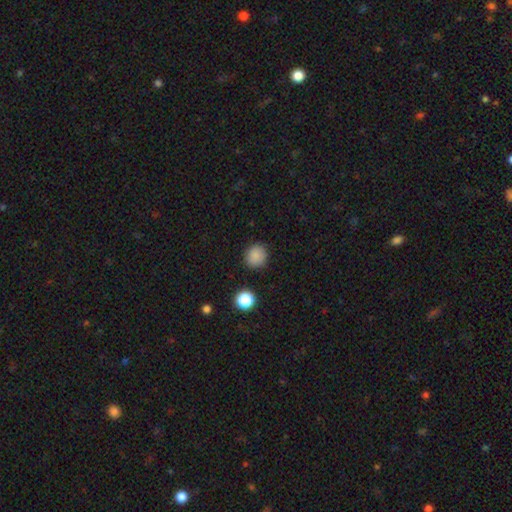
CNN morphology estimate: Smooth or featured? smooth (85%)
How rounded? round (90%)
Merging? none (89%)